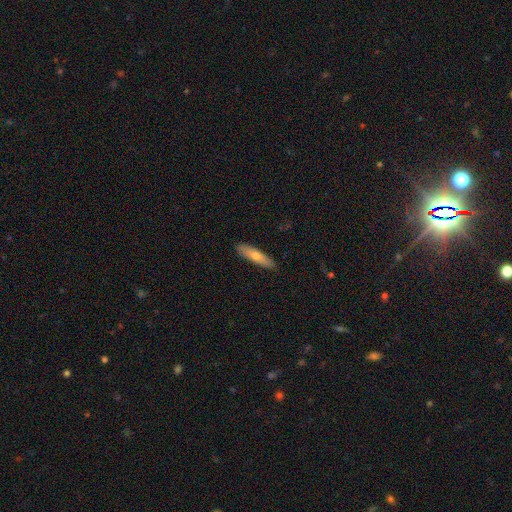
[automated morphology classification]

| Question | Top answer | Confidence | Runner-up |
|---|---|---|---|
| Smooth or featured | smooth | 62% | featured or disk (32%) |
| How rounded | cigar-shaped | 78% | in between (20%) |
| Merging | none | 89% | minor disturbance (8%) |